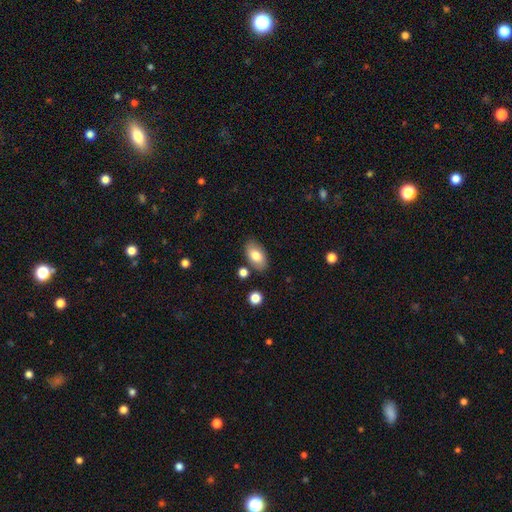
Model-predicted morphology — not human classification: Q: Smooth or featured?
A: smooth (78%); runner-up: featured or disk (15%)
Q: How rounded?
A: in between (93%); runner-up: round (6%)
Q: Merging?
A: none (82%); runner-up: minor disturbance (11%)